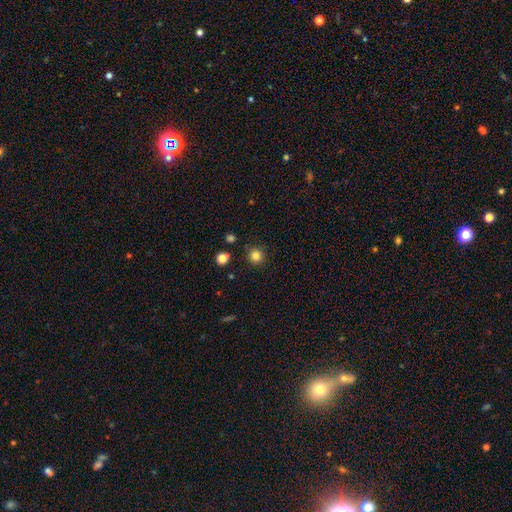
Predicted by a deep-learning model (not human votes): A smooth galaxy with no disk features (83%) that is round (94%). Merging: none (89%).